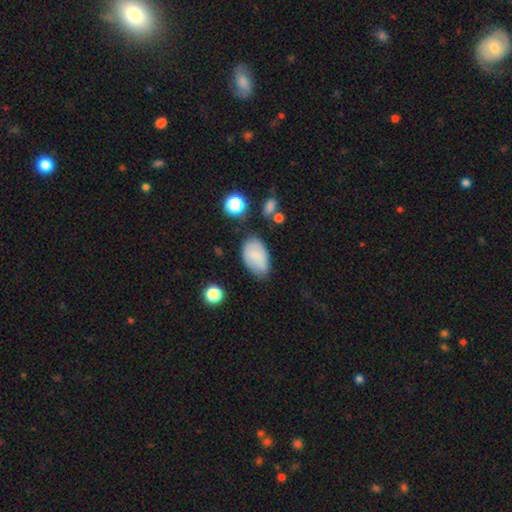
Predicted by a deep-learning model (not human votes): Smooth or featured: smooth — 76% (featured or disk — 15%)
How rounded: in between — 91% (round — 7%)
Merging: none — 66% (minor disturbance — 24%)